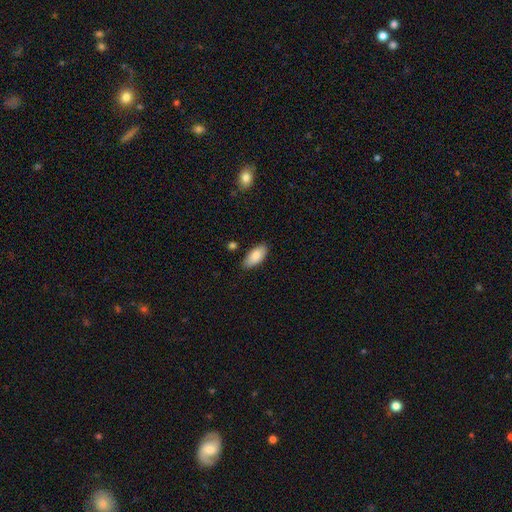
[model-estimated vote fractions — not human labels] This appears to be a smooth galaxy with no disk features (85%) that is in between round and cigar-shaped (90%). Merging: none (83%).